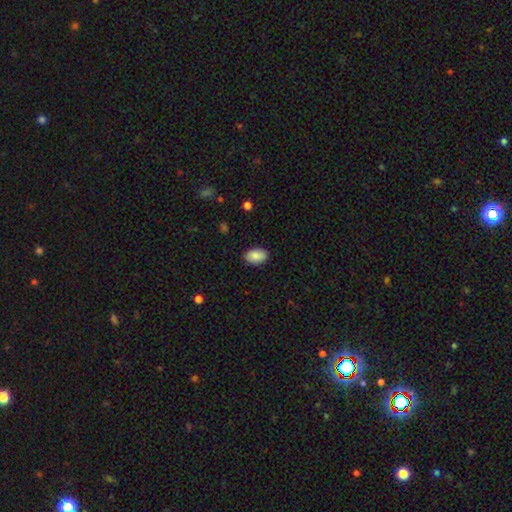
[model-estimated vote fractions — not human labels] smooth-or-featured: smooth: 87% | star or artifact: 7% | featured or disk: 6%
  how-rounded: in between: 92% | round: 7% | cigar-shaped: 1%
  merging: none: 87% | minor disturbance: 10% | major disturbance: 2% | merger: 1%